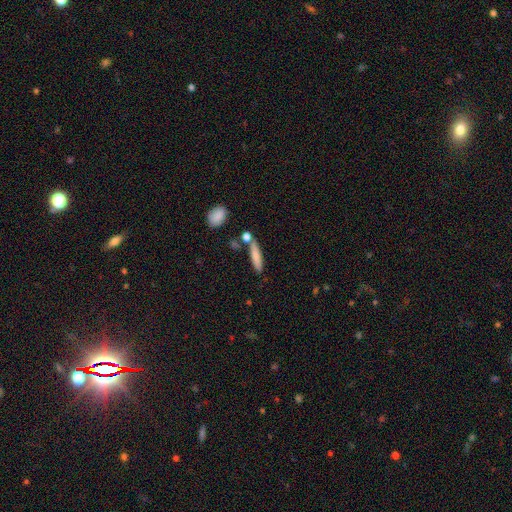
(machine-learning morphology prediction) smooth_or_featured: smooth (p=0.77) [alt: featured or disk p=0.16]
how_rounded: cigar-shaped (p=0.80) [alt: in between p=0.16]
merging: none (p=0.71) [alt: merger p=0.13]